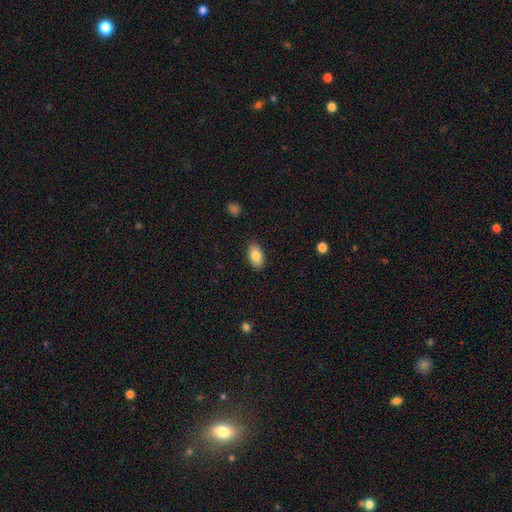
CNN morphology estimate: Smooth or featured? smooth (81%)
How rounded? in between (93%)
Merging? none (87%)